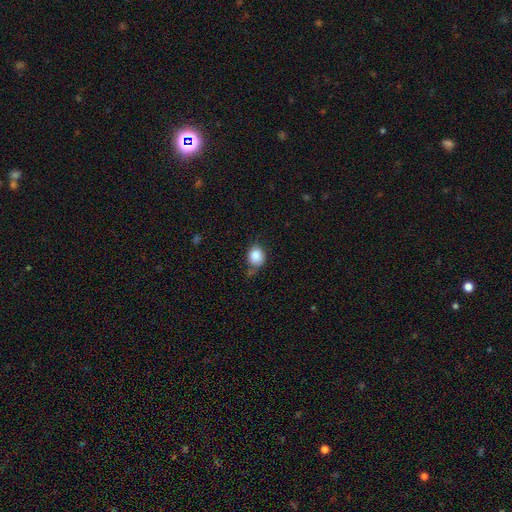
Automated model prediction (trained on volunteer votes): The model was most divided on "merging": none: 53%, minor disturbance: 32%, major disturbance: 9%, merger: 6%. More confident: smooth or featured — smooth (84%); how rounded — round (68%).